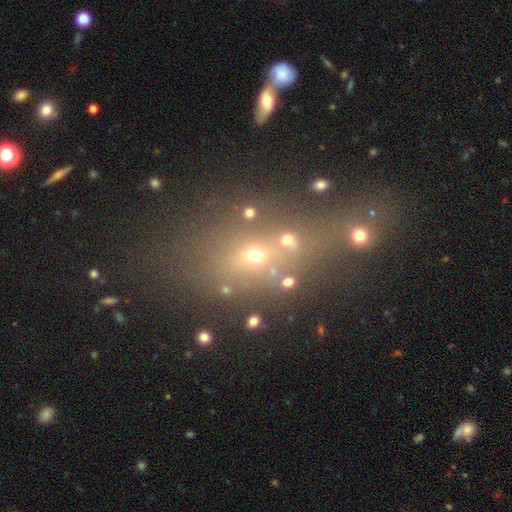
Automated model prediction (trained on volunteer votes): Smooth or featured? smooth (41%)
Merging? none (44%)